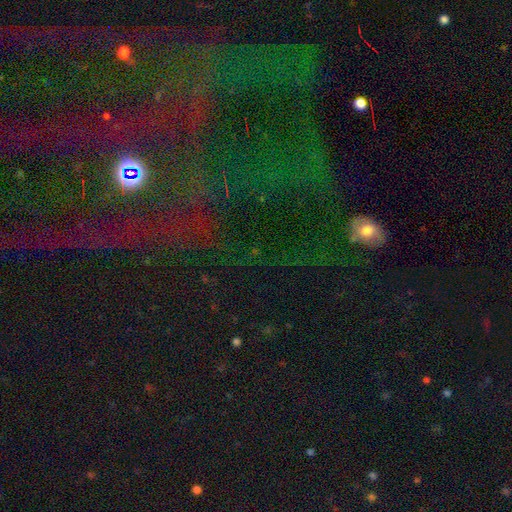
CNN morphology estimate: Q: Smooth or featured?
A: star or artifact (62%); runner-up: smooth (23%)